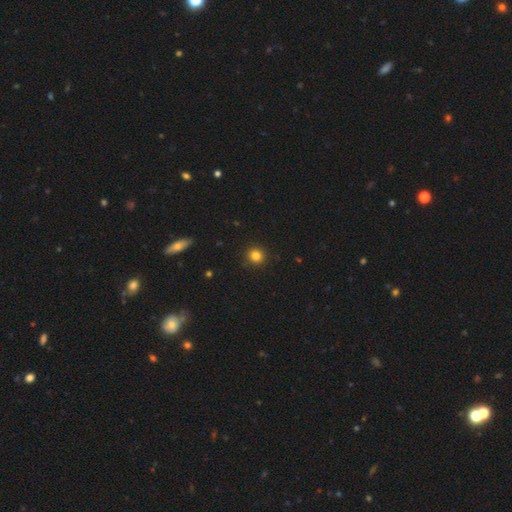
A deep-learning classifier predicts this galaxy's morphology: smooth 83%, star or artifact 12%, featured or disk 5%. Down the decision tree: how rounded — round (90%); merging — none (92%).